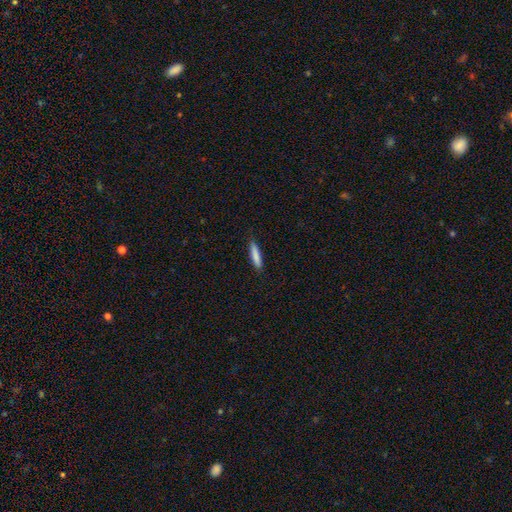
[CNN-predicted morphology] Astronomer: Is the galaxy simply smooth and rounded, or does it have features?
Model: smooth — 84%.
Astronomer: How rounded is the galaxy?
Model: cigar-shaped — 87%.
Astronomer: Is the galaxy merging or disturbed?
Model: none — 88%.